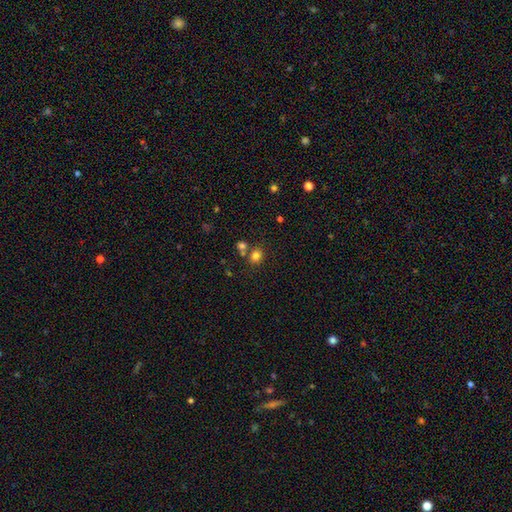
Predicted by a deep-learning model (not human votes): This appears to be a smooth galaxy with no disk features (79%) that is round (74%). Merging: none (67%).